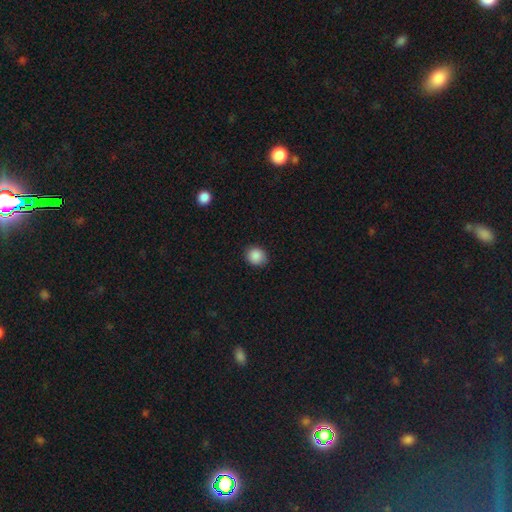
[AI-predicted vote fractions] smooth_or_featured: smooth (p=0.88) [alt: star or artifact p=0.08]
how_rounded: round (p=0.75) [alt: in between p=0.24]
merging: none (p=0.86) [alt: minor disturbance p=0.11]